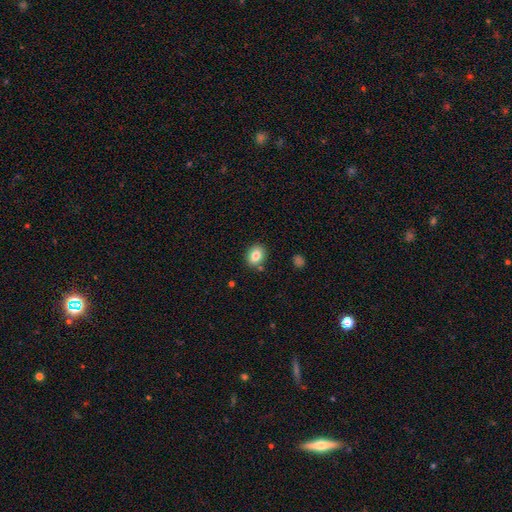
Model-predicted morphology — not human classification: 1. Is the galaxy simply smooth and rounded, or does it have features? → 83% smooth, 9% star or artifact, 8% featured or disk.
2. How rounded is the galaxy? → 57% in between, 42% round, 1% cigar-shaped.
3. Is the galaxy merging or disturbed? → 84% none, 10% minor disturbance, 4% merger, 2% major disturbance.